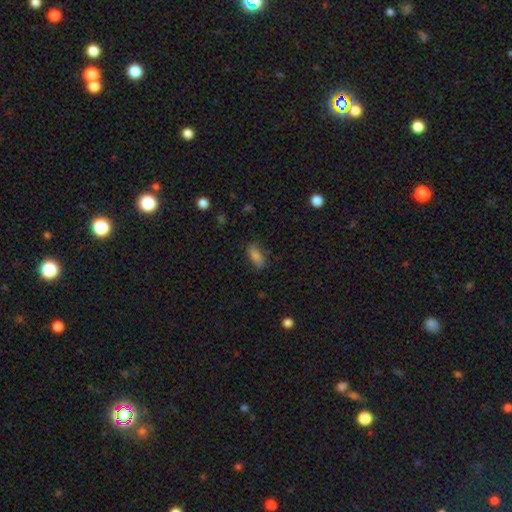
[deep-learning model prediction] smooth_or_featured: smooth (p=0.77) [alt: featured or disk p=0.13]
how_rounded: in between (p=0.74) [alt: cigar-shaped p=0.22]
merging: none (p=0.79) [alt: minor disturbance p=0.16]